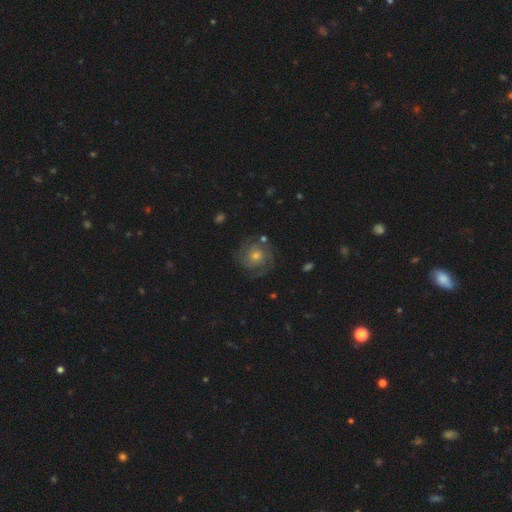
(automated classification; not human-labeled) This is likely a featured or disk galaxy (75%). It is clearly not viewed edge-on (98%). Bar: likely no (78%). Spiral arm pattern: clearly yes (93%). Spiral arm count: marginally 2 (27%, tied with can't tell). Spiral winding: possibly tight (59%). Central bulge: possibly moderate (49%). Merging: likely none (76%).